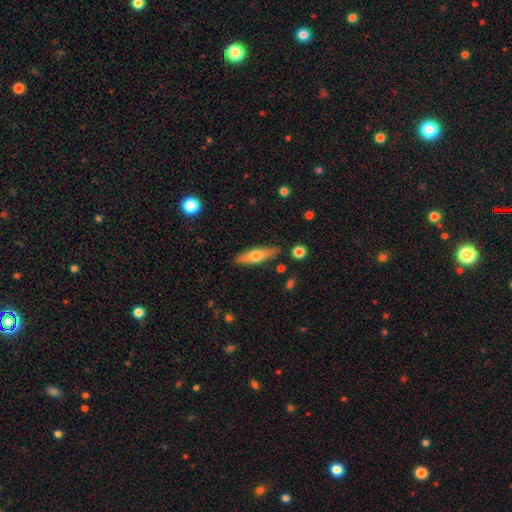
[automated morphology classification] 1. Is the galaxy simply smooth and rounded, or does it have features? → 49% smooth, 45% featured or disk, 6% star or artifact.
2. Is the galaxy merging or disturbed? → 85% none, 11% minor disturbance, 2% merger, 2% major disturbance.